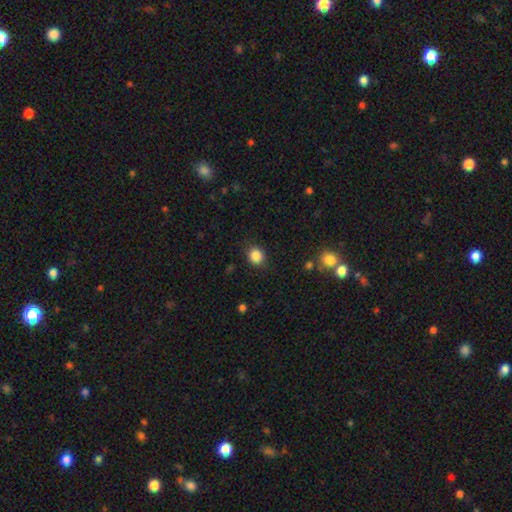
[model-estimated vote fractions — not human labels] Morphology: type=smooth (86%); roundness=round (70%); merging=none (86%).